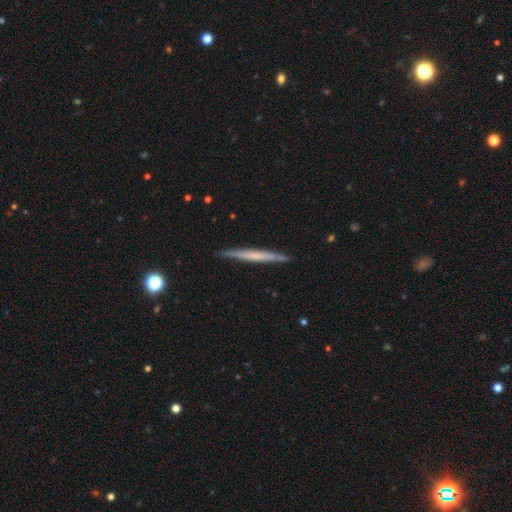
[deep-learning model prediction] A featured or disk galaxy (47%, tied with smooth).

Vote fractions:
- Smooth or featured? featured or disk: 47% (tied) / smooth: 47% (tied) / star or artifact: 5%
- Merging? none: 91% / minor disturbance: 7% / major disturbance: 1% / merger: 1%